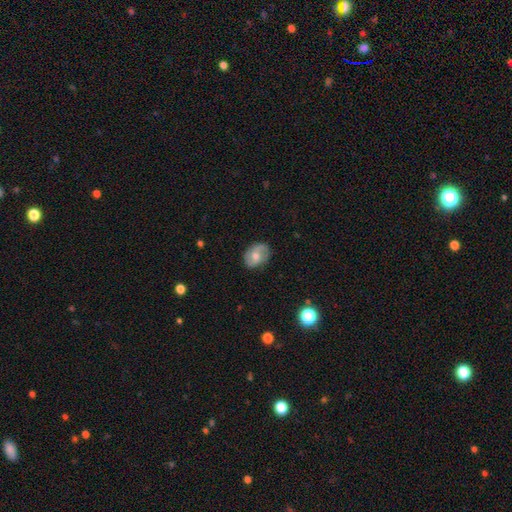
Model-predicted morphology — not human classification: Q: Smooth or featured?
A: featured or disk (56%); runner-up: smooth (37%)
Q: Edge-on disk?
A: no (97%); runner-up: yes (3%)
Q: Bar?
A: no (45%); runner-up: weak (44%)
Q: Spiral arms?
A: yes (82%); runner-up: no (18%)
Q: Bulge size?
A: moderate (65%); runner-up: small (26%)
Q: Merging?
A: none (78%); runner-up: minor disturbance (17%)